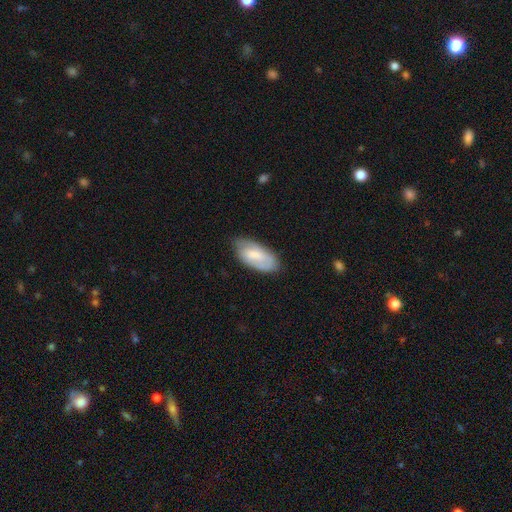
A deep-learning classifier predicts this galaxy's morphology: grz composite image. It shows a smooth galaxy with no disk features (58%) that is in between round and cigar-shaped (91%). Merging: none (71%).